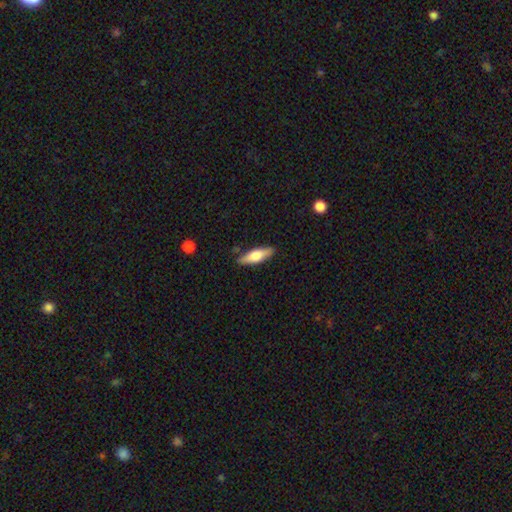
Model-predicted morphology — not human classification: A smooth galaxy with no disk features (59%) that is cigar-shaped (54%).

Vote fractions:
- Smooth or featured? smooth: 59% / featured or disk: 36% / star or artifact: 6%
- How rounded? cigar-shaped: 54% / in between: 44% / round: 2%
- Merging? none: 85% / minor disturbance: 11% / major disturbance: 2% / merger: 2%